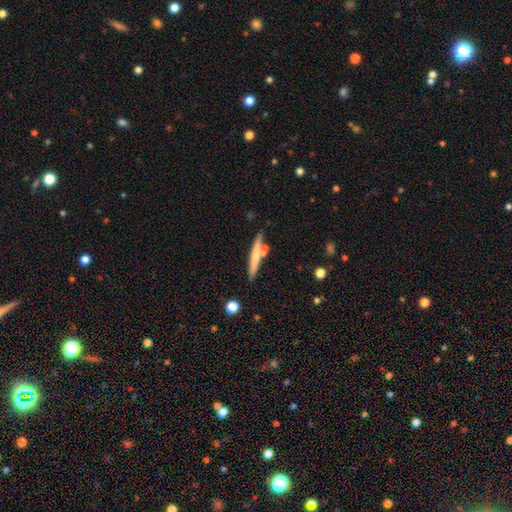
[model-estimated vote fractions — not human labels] Smooth or featured?
  - smooth: 53% *
  - featured or disk: 41%
  - star or artifact: 6%
How rounded?
  - cigar-shaped: 92% *
  - in between: 6%
  - round: 2%
Merging?
  - none: 71% *
  - merger: 14%
  - minor disturbance: 12%
  - major disturbance: 3%